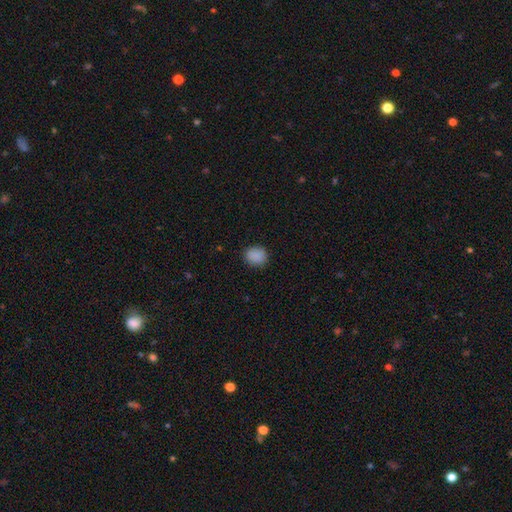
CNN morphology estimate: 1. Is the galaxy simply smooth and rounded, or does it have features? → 88% smooth, 9% star or artifact, 3% featured or disk.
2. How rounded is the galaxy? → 76% round, 23% in between, 1% cigar-shaped.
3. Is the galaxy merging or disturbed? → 87% none, 9% minor disturbance, 2% major disturbance, 1% merger.